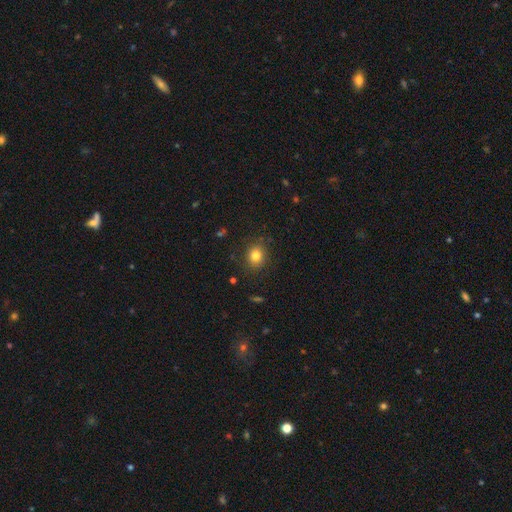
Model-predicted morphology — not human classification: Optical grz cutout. It shows a smooth galaxy with no disk features (81%) that is round (72%). Merging: none (85%).